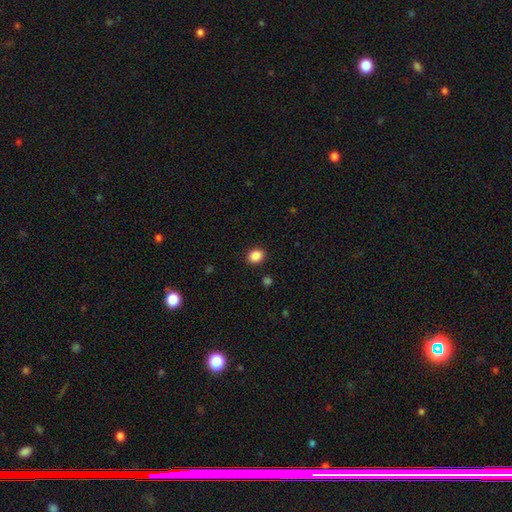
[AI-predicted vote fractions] Overall: smooth (87%). How rounded: round (59%; in between 40%). Merging: none (90%).